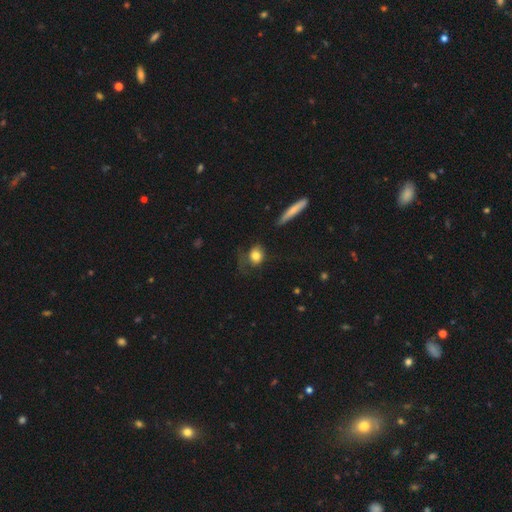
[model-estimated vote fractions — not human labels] Smooth or featured? smooth (78%)
How rounded? round (52%)
Merging? none (48%)